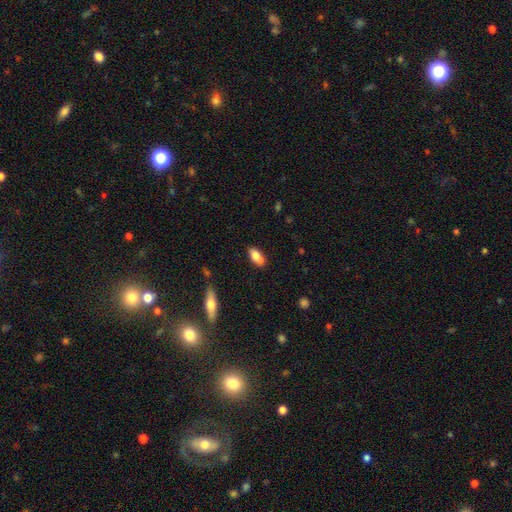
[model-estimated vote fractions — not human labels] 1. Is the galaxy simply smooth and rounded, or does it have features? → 75% smooth, 18% featured or disk, 7% star or artifact.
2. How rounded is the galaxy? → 84% in between, 13% cigar-shaped, 3% round.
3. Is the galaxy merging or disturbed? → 70% none, 17% minor disturbance, 10% merger, 4% major disturbance.